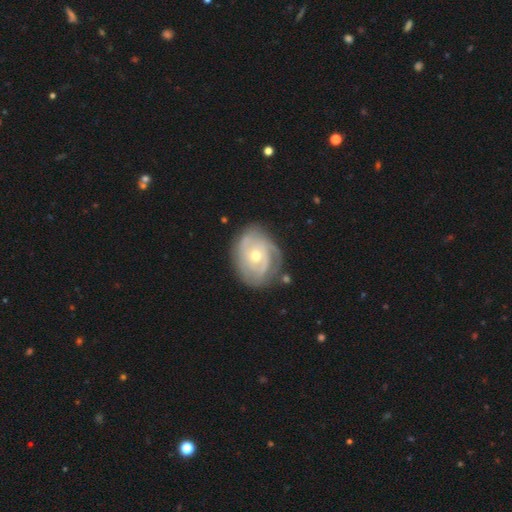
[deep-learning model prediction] Smooth or featured? Predicted: featured or disk (p=0.82). Edge-on disk? Predicted: no (p=0.97). Bar? Predicted: no (p=0.74). Spiral arms? Predicted: yes (p=0.93). Spiral winding? Predicted: tight (p=0.65). Spiral arm count? Predicted: can't tell (p=0.30). Bulge size? Predicted: moderate (p=0.55). Merging? Predicted: none (p=0.69).